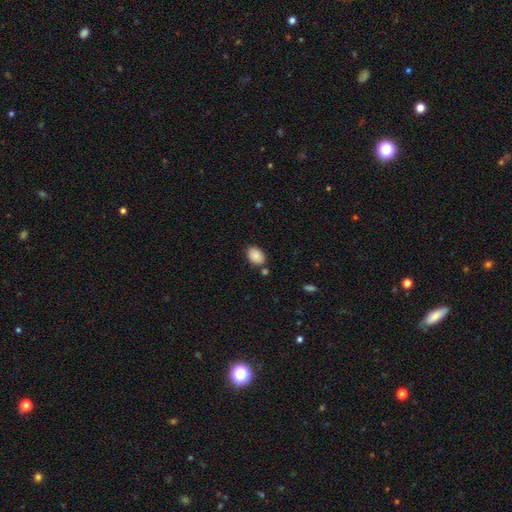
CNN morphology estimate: smooth_or_featured: smooth (p=0.88) [alt: star or artifact p=0.08]
how_rounded: in between (p=0.84) [alt: round p=0.15]
merging: none (p=0.76) [alt: minor disturbance p=0.12]